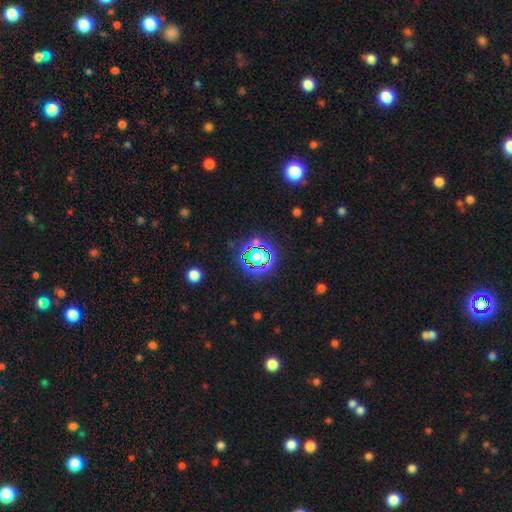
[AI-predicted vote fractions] Smooth or featured: star or artifact — 65% (smooth — 24%)